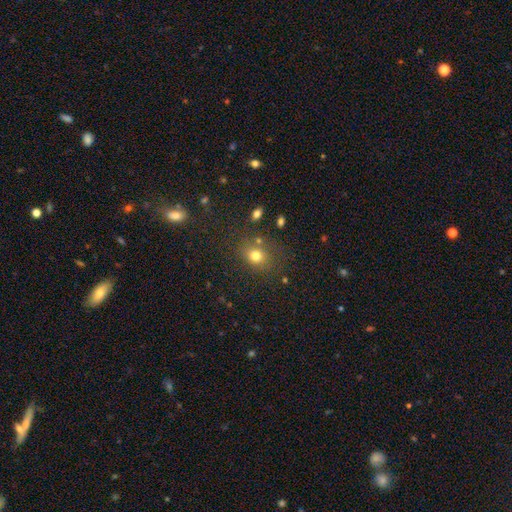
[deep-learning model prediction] Smooth or featured? Predicted: smooth (p=0.75). How rounded? Predicted: round (p=0.65). Merging? Predicted: none (p=0.72).